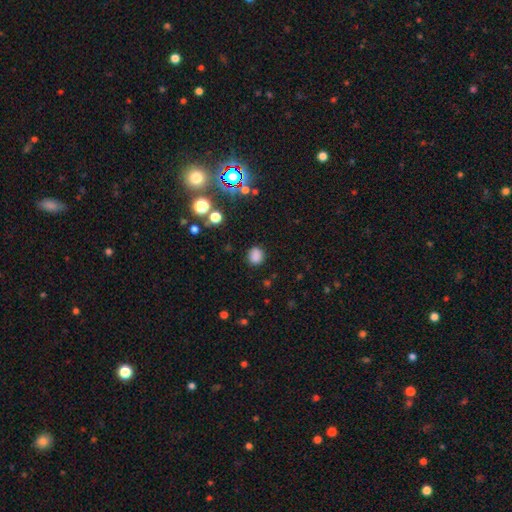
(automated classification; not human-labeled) smooth-or-featured: smooth: 81% | star or artifact: 14% | featured or disk: 5%
  how-rounded: round: 75% | in between: 24% | cigar-shaped: 1%
  merging: none: 84% | minor disturbance: 11% | major disturbance: 3% | merger: 2%